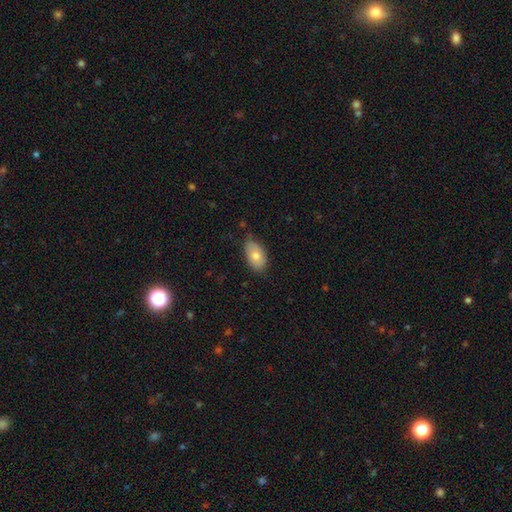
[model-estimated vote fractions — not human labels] smooth-or-featured: smooth: 77% | featured or disk: 16% | star or artifact: 7%
  how-rounded: in between: 92% | round: 6% | cigar-shaped: 2%
  merging: none: 71% | minor disturbance: 24% | major disturbance: 4% | merger: 2%